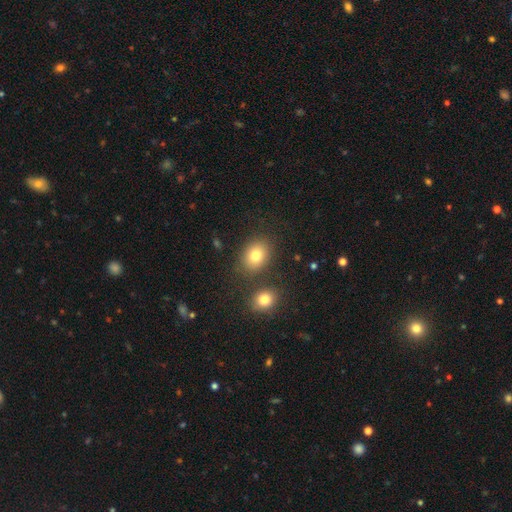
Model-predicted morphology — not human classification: A smooth galaxy with no disk features (80%) that is in between round and cigar-shaped (56%). Merging: none (77%).